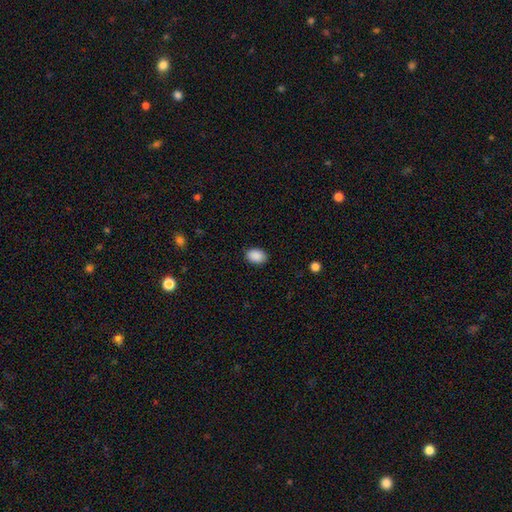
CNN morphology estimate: Smooth or featured? smooth (90%)
How rounded? in between (83%)
Merging? none (88%)